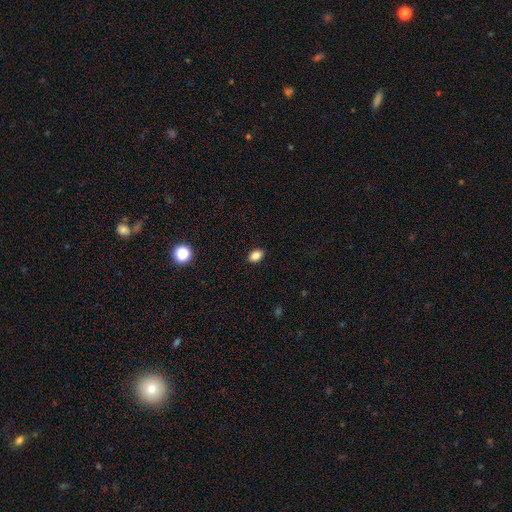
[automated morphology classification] smooth_or_featured: smooth (p=0.85) [alt: star or artifact p=0.10]
how_rounded: in between (p=0.82) [alt: round p=0.16]
merging: none (p=0.89) [alt: minor disturbance p=0.08]